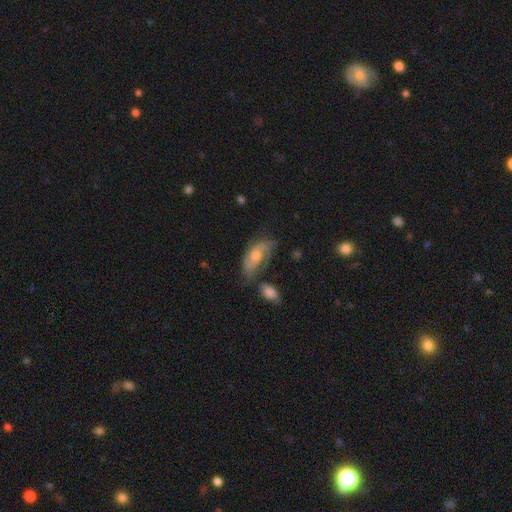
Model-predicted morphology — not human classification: Q: Smooth or featured?
A: featured or disk (64%); runner-up: smooth (28%)
Q: Edge-on disk?
A: no (92%); runner-up: yes (8%)
Q: Bar?
A: no (68%); runner-up: weak (28%)
Q: Spiral arms?
A: yes (84%); runner-up: no (16%)
Q: Bulge size?
A: moderate (60%); runner-up: small (25%)
Q: Merging?
A: none (46%); runner-up: minor disturbance (26%)